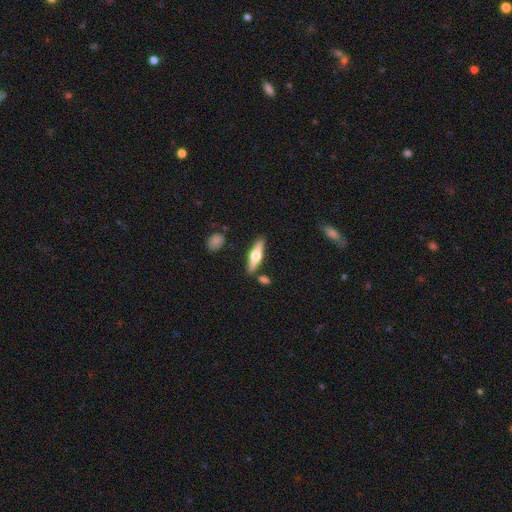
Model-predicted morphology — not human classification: Q: Smooth or featured?
A: featured or disk (57%); runner-up: smooth (38%)
Q: Edge-on disk?
A: yes (94%); runner-up: no (6%)
Q: Edge-on bulge?
A: rounded (95%); runner-up: boxy (3%)
Q: Merging?
A: none (83%); runner-up: minor disturbance (9%)